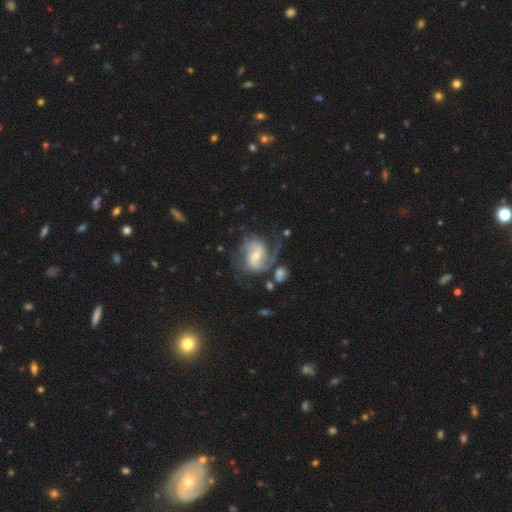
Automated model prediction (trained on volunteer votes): The model was most divided on "bulge size": small: 41%, moderate: 39%, large: 10%, none: 8%, dominant: 2%. Remaining: edge-on disk — no (98%); spiral arms — yes (92%); smooth or featured — featured or disk (80%); spiral arm count — 2 (57%); bar — weak (51%); spiral winding — medium (46%); merging — none (43%).